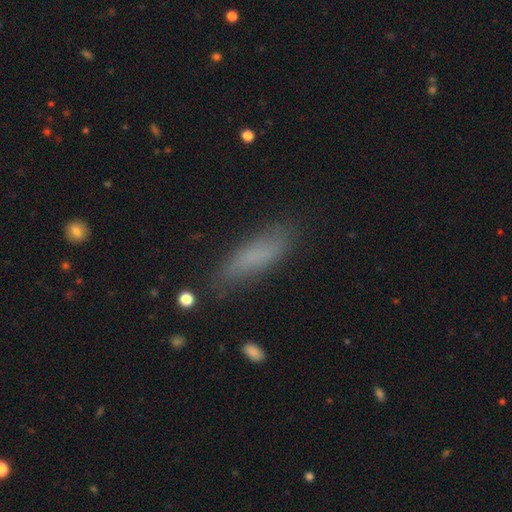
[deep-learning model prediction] The model was most divided on "how rounded": cigar-shaped: 61%, in between: 37%, round: 2%. More confident: merging — none (74%); smooth or featured — smooth (73%).